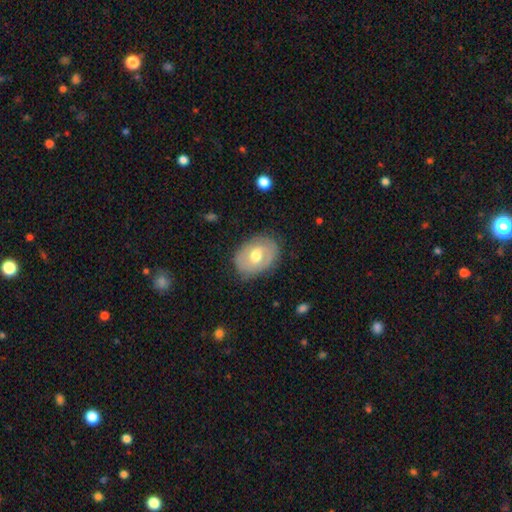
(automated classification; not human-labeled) This is possibly a smooth galaxy (48%). Merging: likely none (77%).